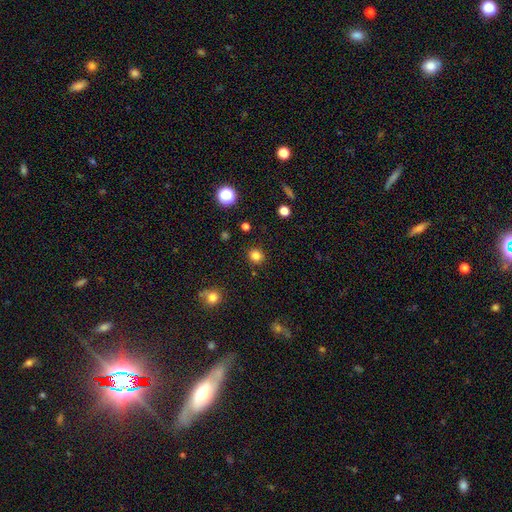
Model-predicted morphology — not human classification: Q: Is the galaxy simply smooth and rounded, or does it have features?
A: smooth — 82%.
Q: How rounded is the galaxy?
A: round — 90%.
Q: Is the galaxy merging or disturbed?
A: none — 90%.